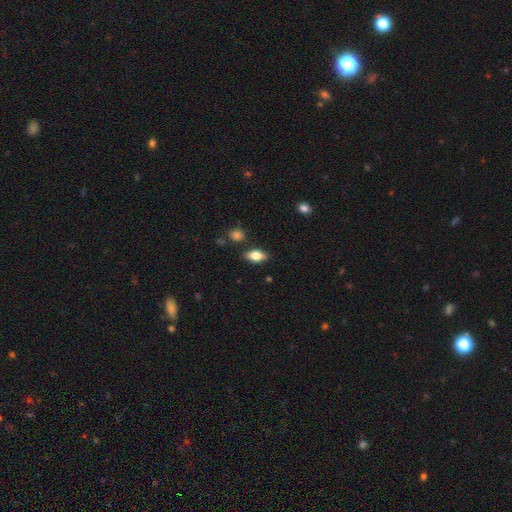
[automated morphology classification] Smooth or featured? smooth (73%)
How rounded? in between (86%)
Merging? none (82%)